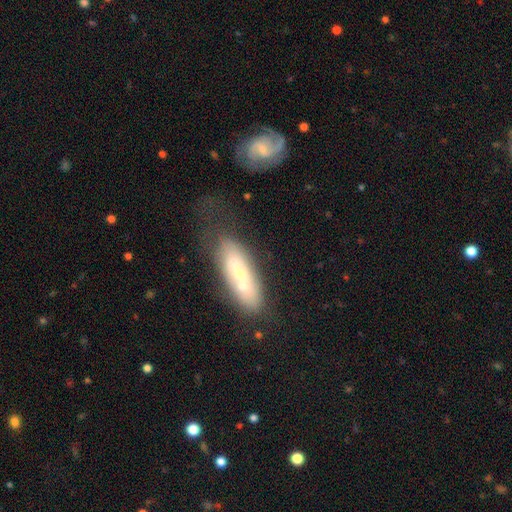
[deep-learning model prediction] Smooth or featured? smooth (52%)
How rounded? cigar-shaped (58%)
Merging? none (52%)